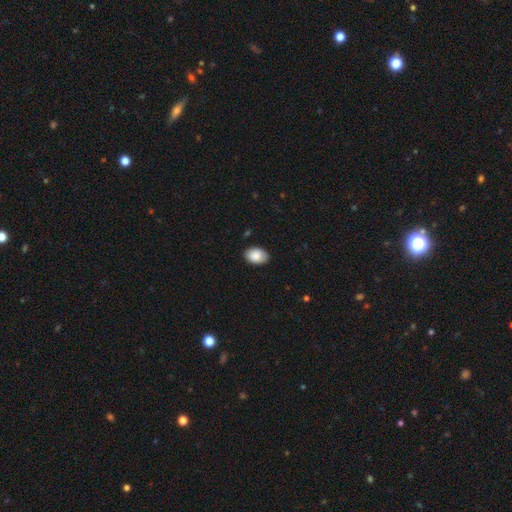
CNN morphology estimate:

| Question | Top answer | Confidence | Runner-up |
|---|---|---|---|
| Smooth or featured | smooth | 85% | featured or disk (8%) |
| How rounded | in between | 86% | round (13%) |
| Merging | none | 81% | minor disturbance (15%) |